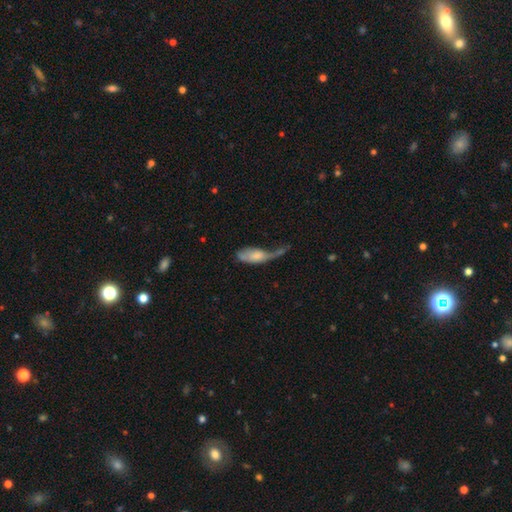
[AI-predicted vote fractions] The model was most divided on "merging": major disturbance: 43%, merger: 21%, minor disturbance: 19%, none: 17%. More confident: how rounded — in between (81%); smooth or featured — smooth (63%).